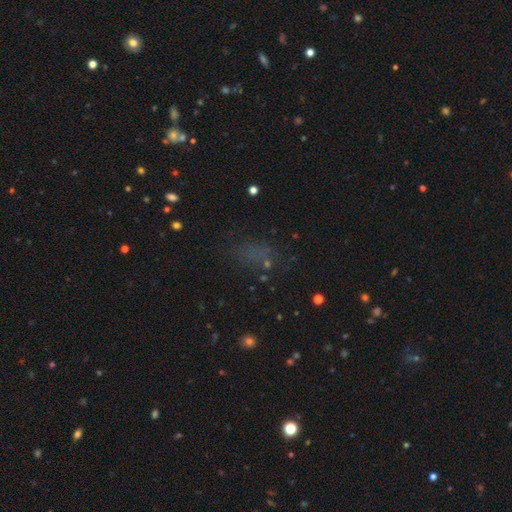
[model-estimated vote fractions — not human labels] Morphology: type=star or artifact (45%).